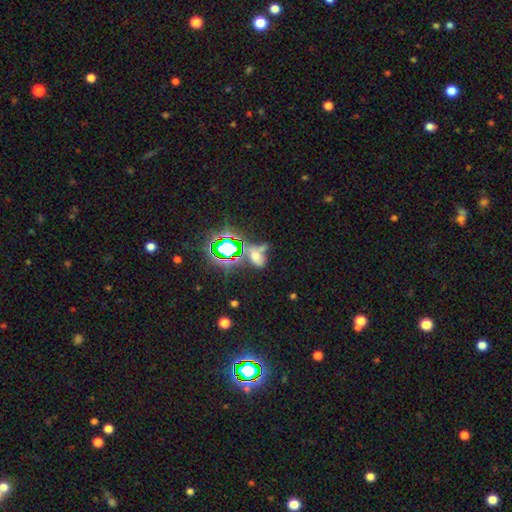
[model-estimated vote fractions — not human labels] Smooth or featured: smooth — 46% (star or artifact — 41%)
Merging: none — 46% (merger — 22%)